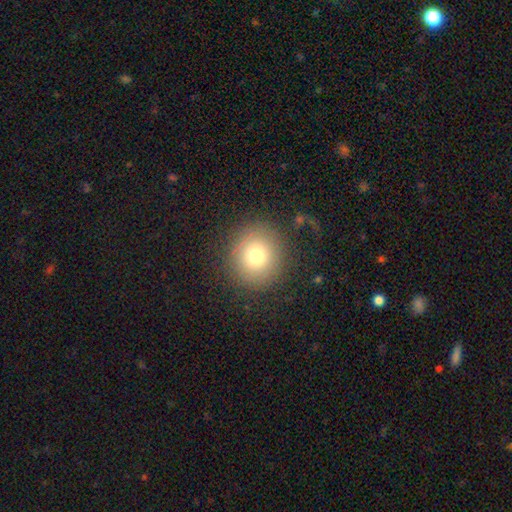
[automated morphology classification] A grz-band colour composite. It shows a smooth galaxy with no disk features (75%) that is round (90%). Merging: none (85%).